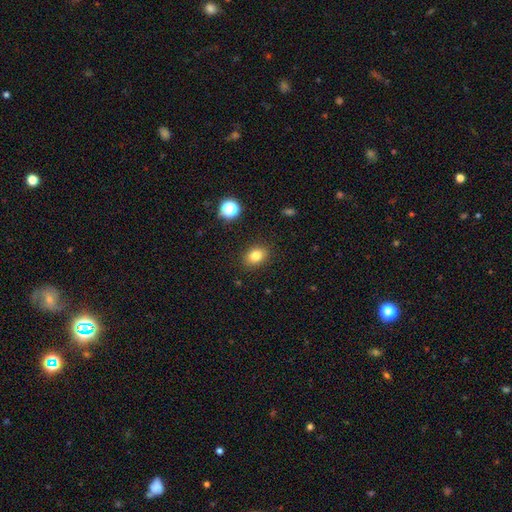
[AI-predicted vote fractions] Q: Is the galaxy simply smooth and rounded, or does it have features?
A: smooth — 80%.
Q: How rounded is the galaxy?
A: in between — 67%.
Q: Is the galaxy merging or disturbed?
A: none — 88%.